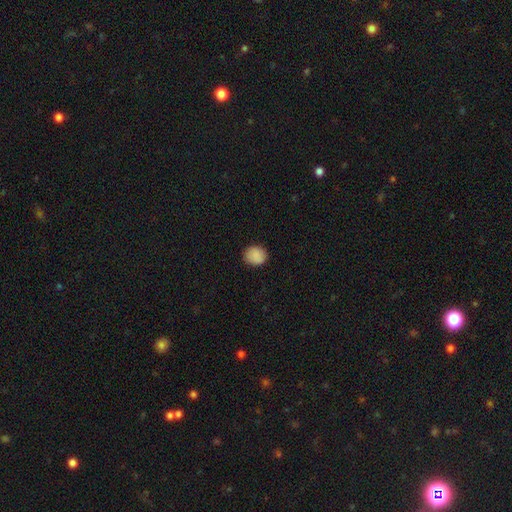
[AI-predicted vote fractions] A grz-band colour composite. It shows a smooth galaxy with no disk features (88%) that is round (76%). Merging: none (87%).